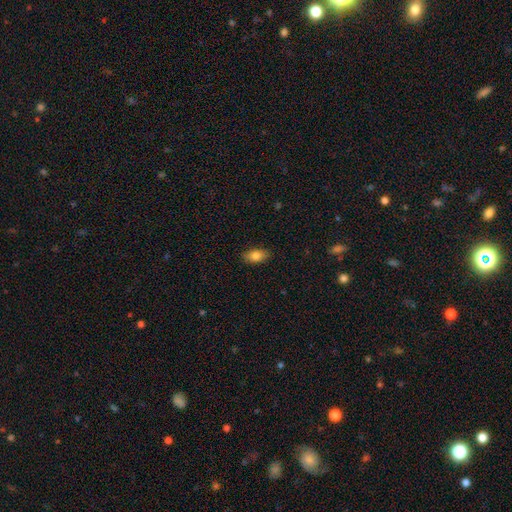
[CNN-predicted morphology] Q: Smooth or featured?
A: smooth (82%); runner-up: featured or disk (11%)
Q: How rounded?
A: in between (89%); runner-up: cigar-shaped (6%)
Q: Merging?
A: none (88%); runner-up: minor disturbance (9%)